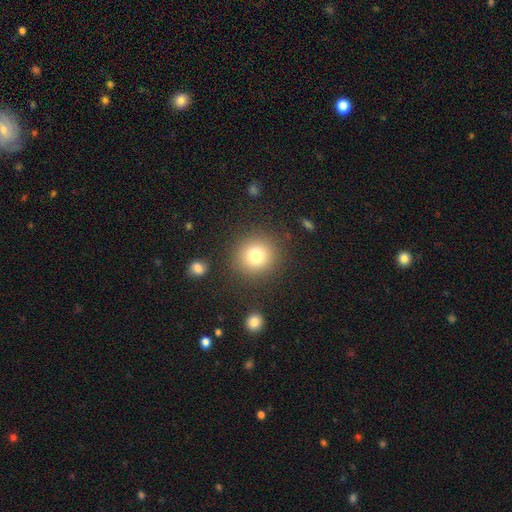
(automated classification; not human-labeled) Overall: smooth (78%). How rounded: round (91%). Merging: none (87%).